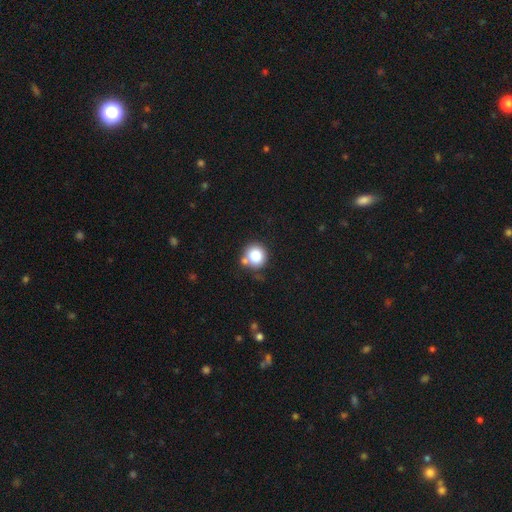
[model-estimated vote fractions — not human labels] Overall: smooth (83%). How rounded: round (91%). Merging: none (69%).